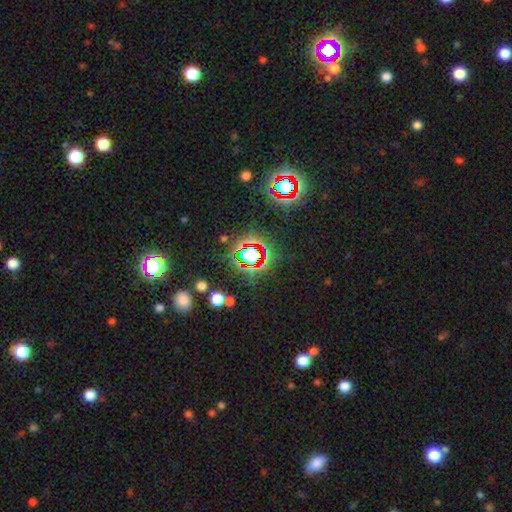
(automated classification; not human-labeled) Smooth or featured?
  - star or artifact: 72% *
  - smooth: 18%
  - featured or disk: 11%